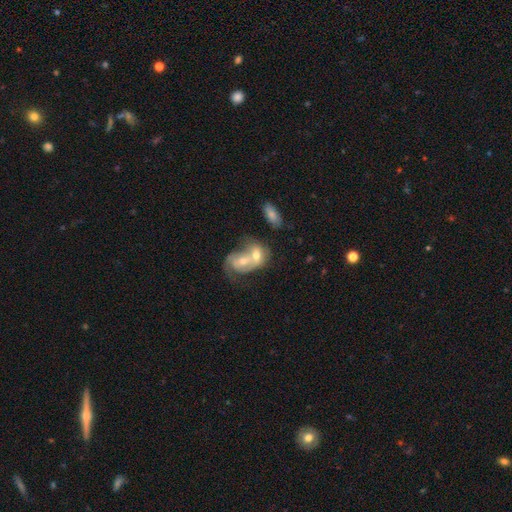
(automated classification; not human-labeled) Smooth or featured? Predicted: featured or disk (p=0.65). Edge-on disk? Predicted: no (p=0.95). Bar? Predicted: no (p=0.68). Spiral arms? Predicted: yes (p=0.73). Bulge size? Predicted: moderate (p=0.60). Merging? Predicted: merger (p=0.69).